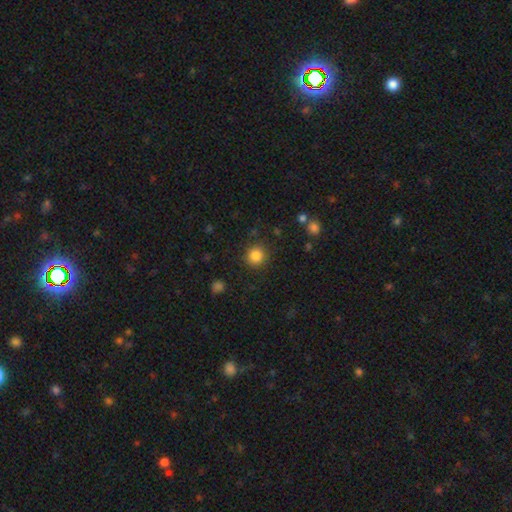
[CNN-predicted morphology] A smooth galaxy with no disk features (85%) that is round (93%).

Vote fractions:
- Smooth or featured? smooth: 85% / star or artifact: 11% / featured or disk: 4%
- How rounded? round: 93% / in between: 6% / cigar-shaped: 1%
- Merging? none: 88% / minor disturbance: 7% / major disturbance: 3% / merger: 2%